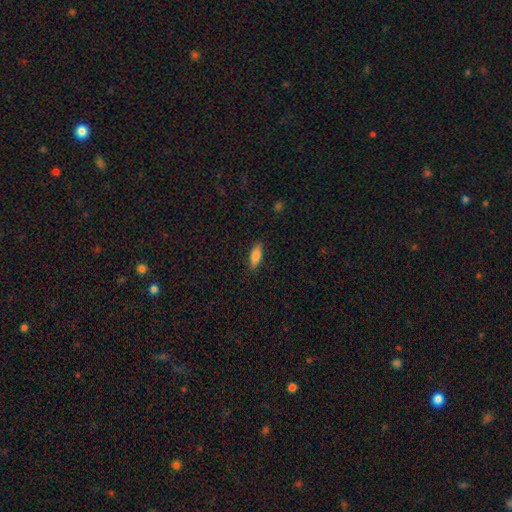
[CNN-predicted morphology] smooth_or_featured: smooth (p=0.81) [alt: featured or disk p=0.12]
how_rounded: in between (p=0.66) [alt: cigar-shaped p=0.32]
merging: none (p=0.87) [alt: minor disturbance p=0.10]